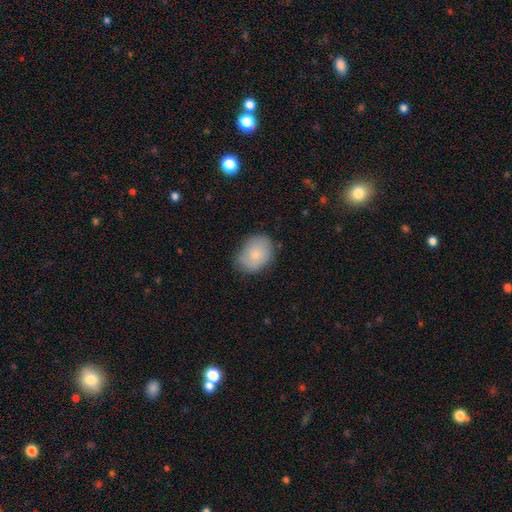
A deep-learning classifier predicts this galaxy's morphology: This is likely a smooth galaxy (78%). How rounded: likely in between (62%). Merging: likely none (71%).